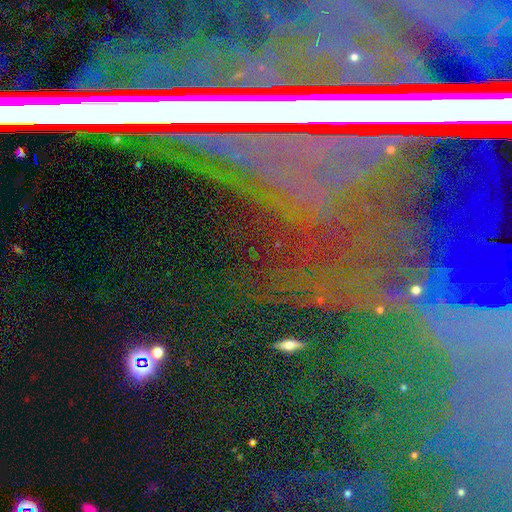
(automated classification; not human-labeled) Morphology: type=star or artifact (69%).